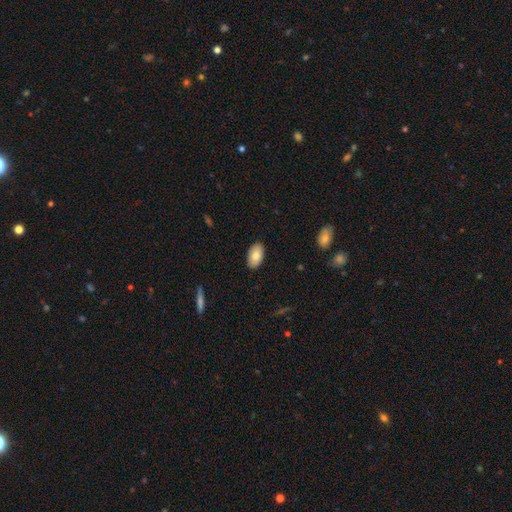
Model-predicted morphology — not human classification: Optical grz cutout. It shows a smooth galaxy with no disk features (83%) that is in between round and cigar-shaped (95%). Merging: none (89%).